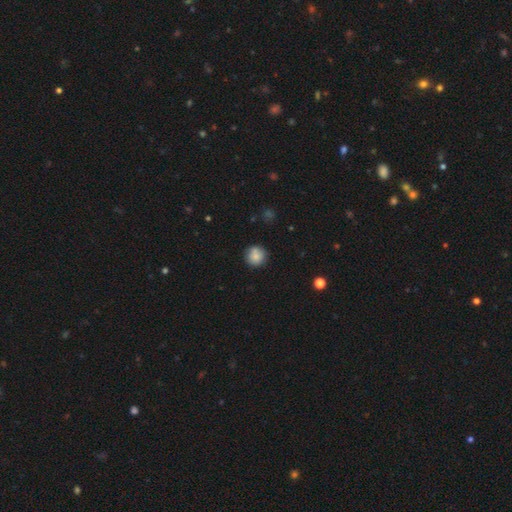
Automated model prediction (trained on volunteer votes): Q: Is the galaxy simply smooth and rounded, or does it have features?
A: smooth — 82%.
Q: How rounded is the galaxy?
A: round — 93%.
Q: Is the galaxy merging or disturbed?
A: none — 79%.